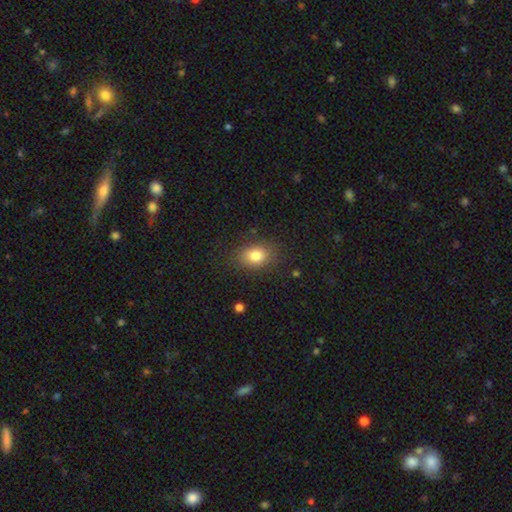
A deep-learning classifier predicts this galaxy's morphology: Smooth or featured? smooth (80%)
How rounded? in between (67%)
Merging? none (82%)